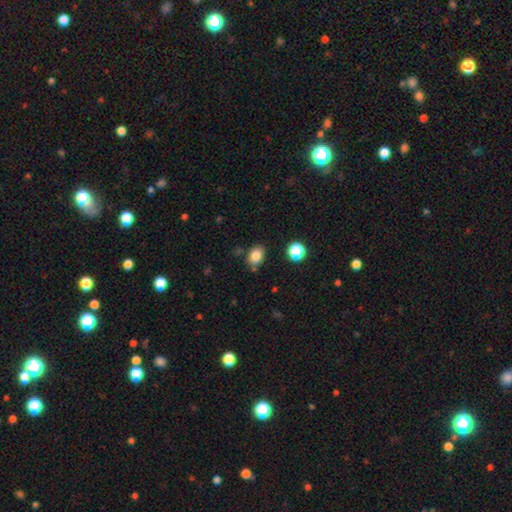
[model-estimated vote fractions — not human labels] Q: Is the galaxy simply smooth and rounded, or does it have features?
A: smooth — 84%.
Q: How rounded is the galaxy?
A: in between — 72%.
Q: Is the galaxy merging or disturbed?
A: none — 78%.